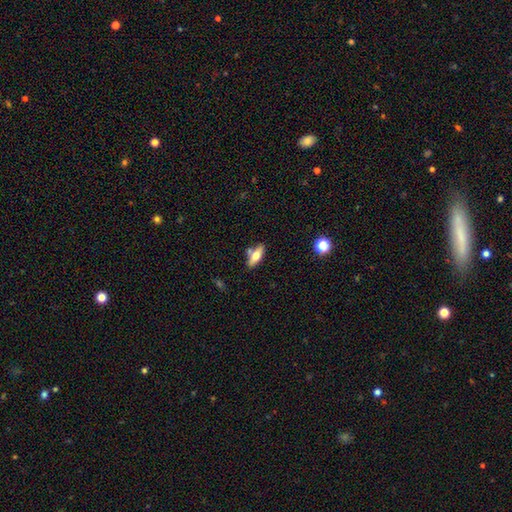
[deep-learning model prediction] A smooth galaxy with no disk features (61%) that is in between round and cigar-shaped (66%).

Vote fractions:
- Smooth or featured? smooth: 61% / featured or disk: 32% / star or artifact: 7%
- How rounded? in between: 66% / cigar-shaped: 31% / round: 3%
- Merging? none: 74% / minor disturbance: 13% / merger: 10% / major disturbance: 3%